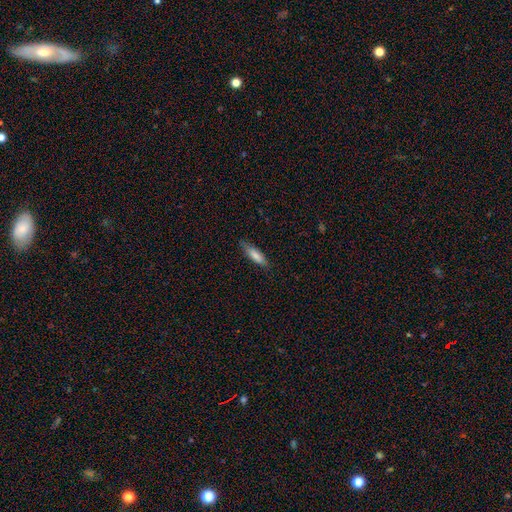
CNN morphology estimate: A smooth galaxy with no disk features (78%) that is cigar-shaped (60%). Merging: none (80%).